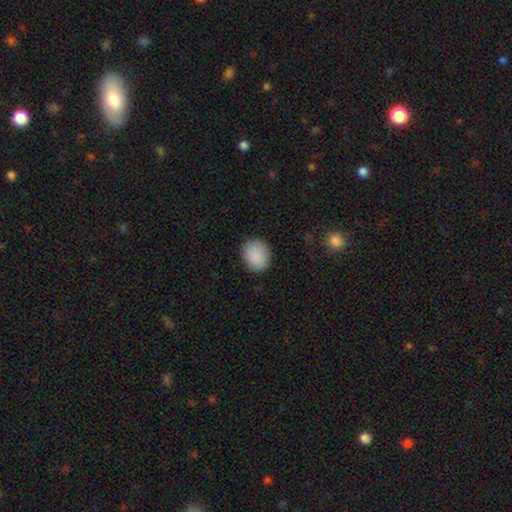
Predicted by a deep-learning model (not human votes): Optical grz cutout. It shows a smooth galaxy with no disk features (89%) that is round (64%). Merging: none (87%).